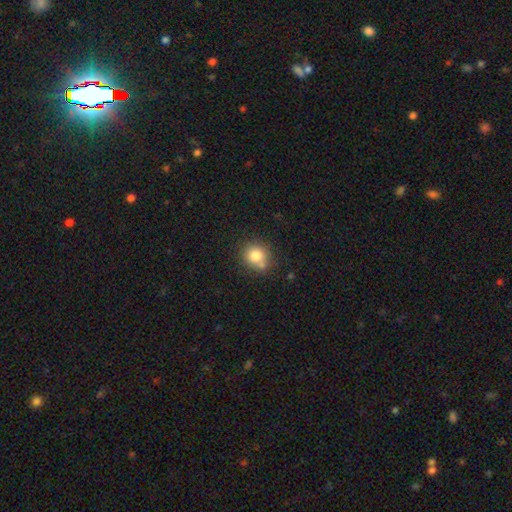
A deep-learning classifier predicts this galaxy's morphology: This is likely a smooth galaxy (80%). How rounded: clearly round (82%). Merging: likely none (65%).